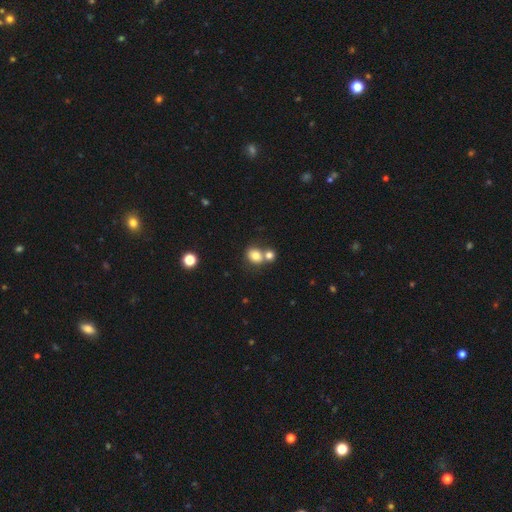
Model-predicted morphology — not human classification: Q: Smooth or featured?
A: smooth (78%); runner-up: star or artifact (11%)
Q: How rounded?
A: round (62%); runner-up: in between (37%)
Q: Merging?
A: none (45%); runner-up: merger (43%)